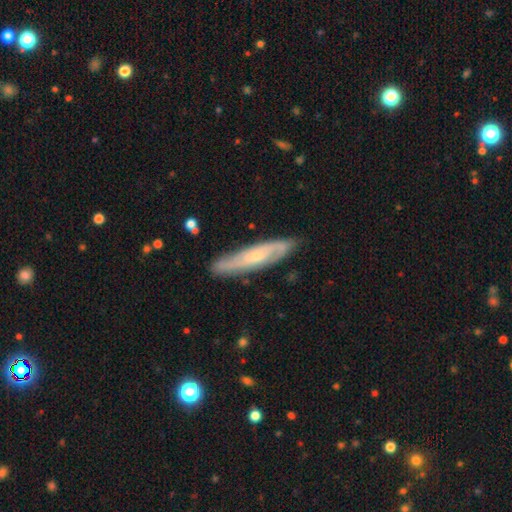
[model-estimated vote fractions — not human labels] This appears to be a featured or disk galaxy (67%). Merging: none (81%).